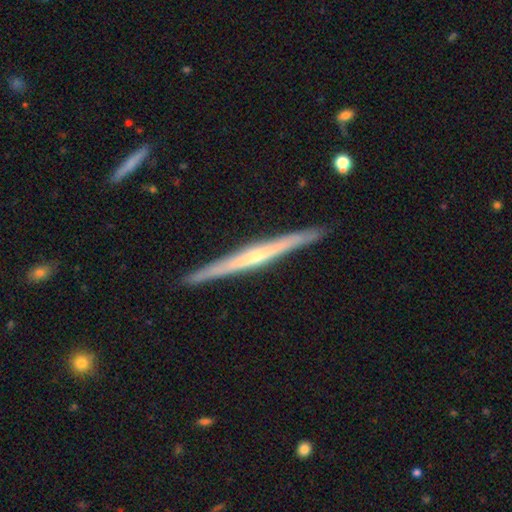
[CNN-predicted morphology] Smooth or featured: featured or disk — 74% (smooth — 21%)
Edge-on disk: yes — 98% (no — 2%)
Edge-on bulge: rounded — 52% (none — 41%)
Merging: none — 91% (minor disturbance — 6%)